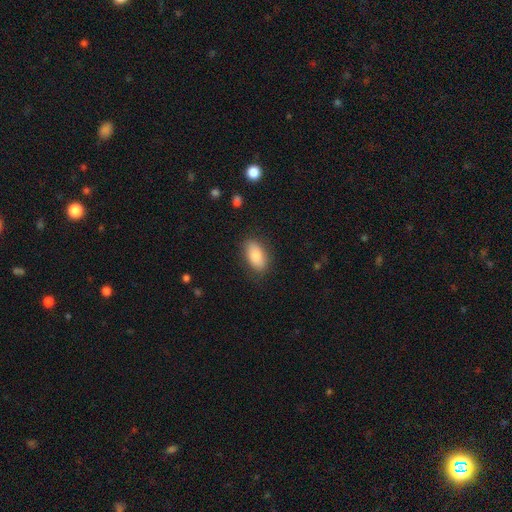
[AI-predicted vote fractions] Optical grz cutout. It shows a smooth galaxy with no disk features (82%) that is in between round and cigar-shaped (91%). Merging: none (82%).